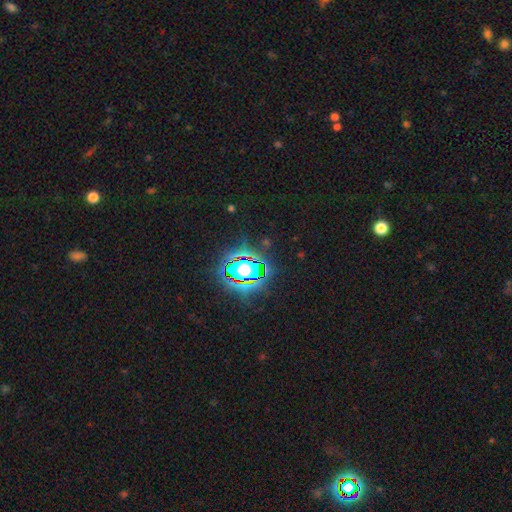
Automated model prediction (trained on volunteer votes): A star or artifact, not a galaxy (82%).